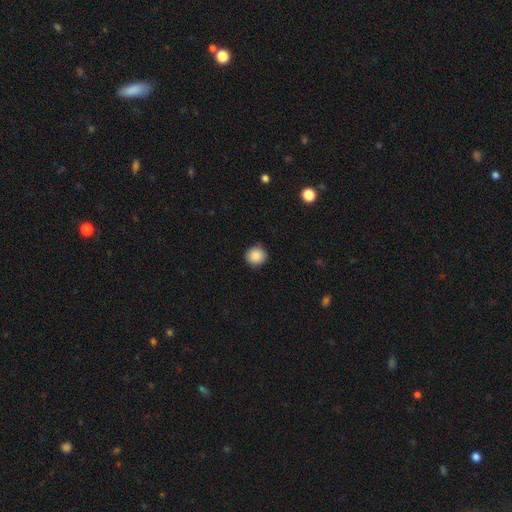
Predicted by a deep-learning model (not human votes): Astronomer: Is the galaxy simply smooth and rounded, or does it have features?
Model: smooth — 88%.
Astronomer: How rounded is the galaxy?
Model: round — 94%.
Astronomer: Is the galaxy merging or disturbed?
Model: none — 90%.